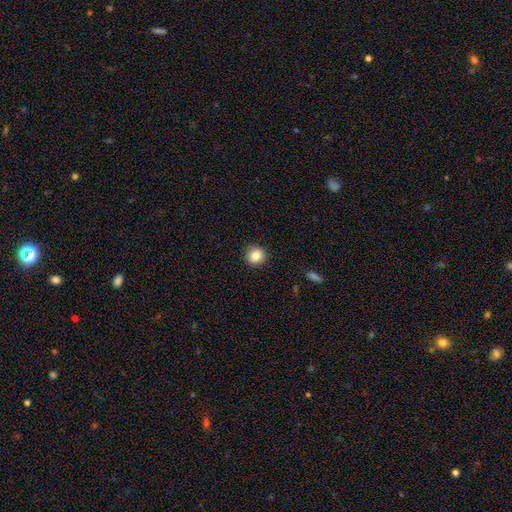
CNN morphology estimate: The model was most divided on "smooth or featured": smooth: 85%, star or artifact: 10%, featured or disk: 5%. More confident: how rounded — round (91%); merging — none (90%).